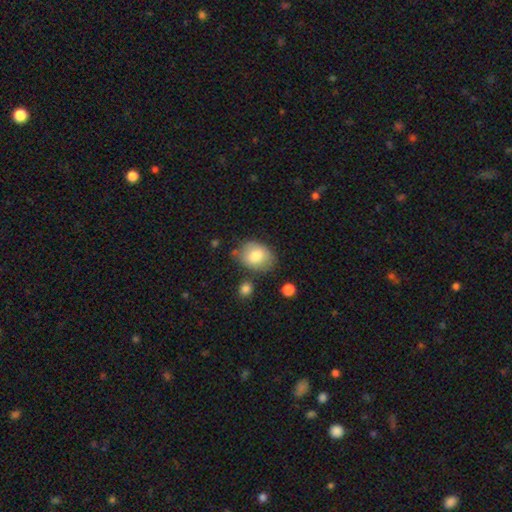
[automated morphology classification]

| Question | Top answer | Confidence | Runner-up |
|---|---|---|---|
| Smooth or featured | smooth | 79% | featured or disk (14%) |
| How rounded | in between | 66% | round (33%) |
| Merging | none | 68% | minor disturbance (21%) |